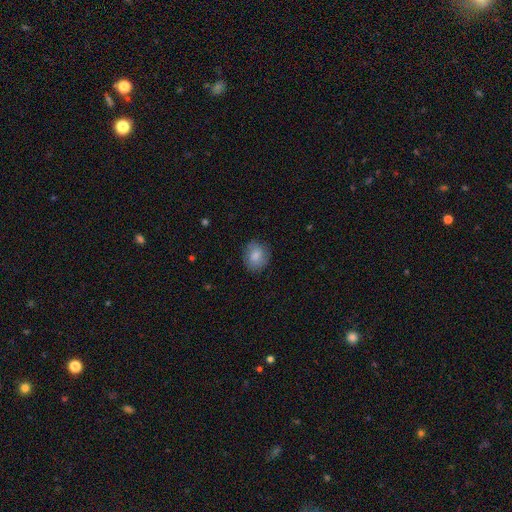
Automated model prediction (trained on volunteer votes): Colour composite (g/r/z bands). It shows a smooth galaxy with no disk features (82%) that is round (70%). Merging: none (84%).